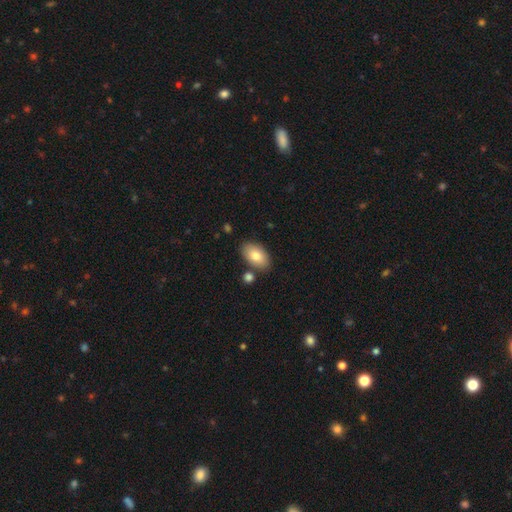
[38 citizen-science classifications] A smooth galaxy with no disk features (87%) that is in between round and cigar-shaped (100%). Merging: none (94%).